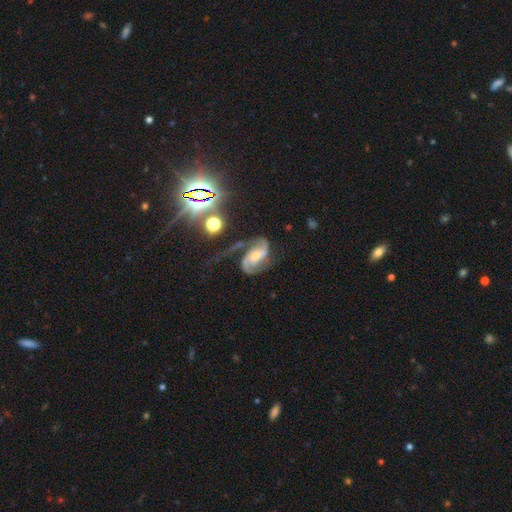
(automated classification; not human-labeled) Smooth or featured?
  - featured or disk: 82% *
  - smooth: 10%
  - star or artifact: 8%
Edge-on disk?
  - no: 97% *
  - yes: 3%
Bar?
  - no: 40% *
  - weak: 39%
  - strong: 20%
Spiral arms?
  - yes: 96% *
  - no: 4%
Spiral winding?
  - medium: 50% *
  - loose: 29%
  - tight: 20%
Spiral arm count?
  - 2: 85% *
  - can't tell: 5%
  - 1: 4%
  - 3: 3%
  - 4: 1%
  - more than 4: 1%
Bulge size?
  - moderate: 47% *
  - small: 38%
  - large: 7%
  - none: 6%
  - dominant: 2%
Merging?
  - none: 47% *
  - major disturbance: 25%
  - minor disturbance: 21%
  - merger: 6%